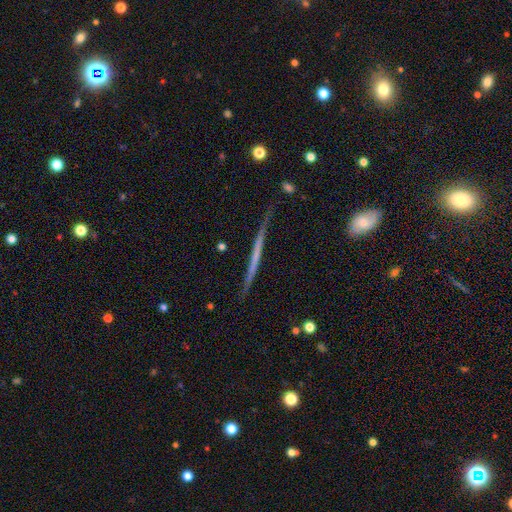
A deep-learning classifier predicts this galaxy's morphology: This is likely a featured or disk galaxy (64%). It is clearly viewed edge-on (96%). Edge-on bulge: clearly none (87%). Merging: clearly none (80%).